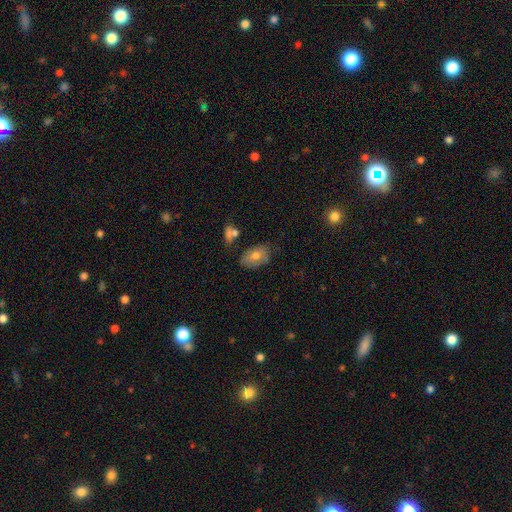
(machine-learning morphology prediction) This appears to be a smooth galaxy with no disk features (69%) that is in between round and cigar-shaped (88%). Merging: none (64%).